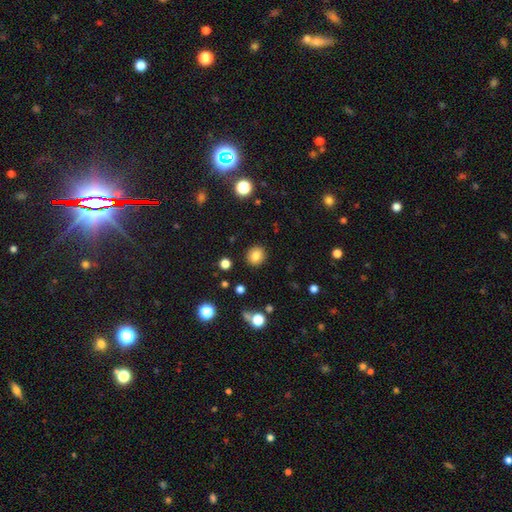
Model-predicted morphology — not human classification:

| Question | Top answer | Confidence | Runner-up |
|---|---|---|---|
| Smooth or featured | smooth | 83% | star or artifact (11%) |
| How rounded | round | 83% | in between (16%) |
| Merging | none | 90% | minor disturbance (6%) |